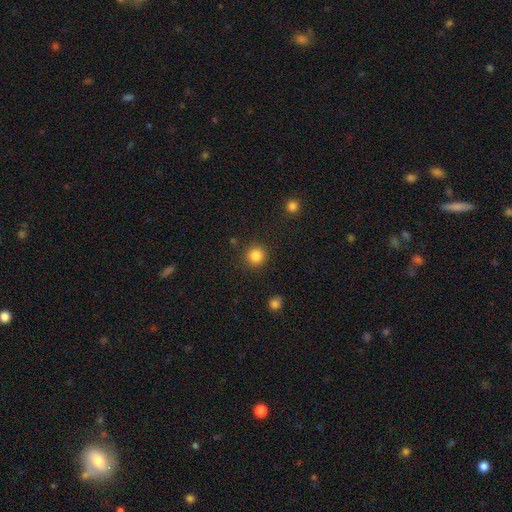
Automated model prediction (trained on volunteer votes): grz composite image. It shows a smooth galaxy with no disk features (86%) that is round (94%). Merging: none (89%).